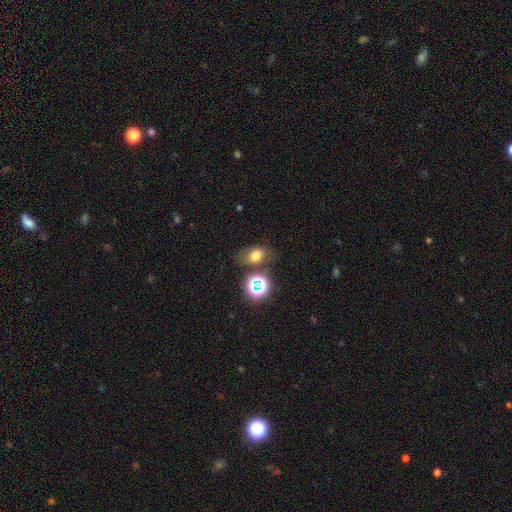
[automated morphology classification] Overall: smooth (67%). How rounded: in between (65%; round 33%). Merging: none (61%).